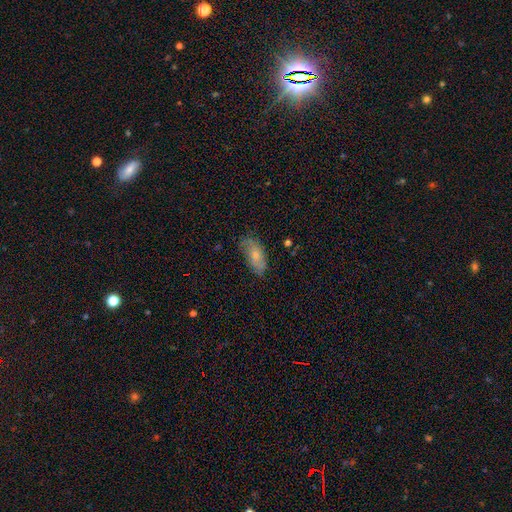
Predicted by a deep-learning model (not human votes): A smooth galaxy with no disk features (58%) that is in between round and cigar-shaped (86%). Merging: none (66%).